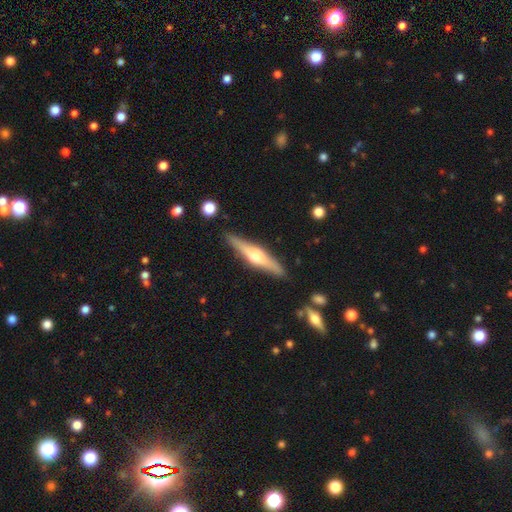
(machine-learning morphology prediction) Smooth or featured?
  - featured or disk: 68% *
  - smooth: 27%
  - star or artifact: 5%
Edge-on disk?
  - yes: 97% *
  - no: 3%
Edge-on bulge?
  - rounded: 91% *
  - boxy: 6%
  - none: 3%
Merging?
  - none: 89% *
  - minor disturbance: 8%
  - merger: 2%
  - major disturbance: 2%